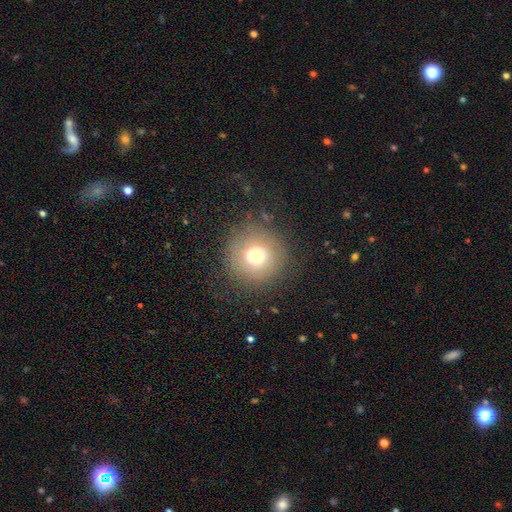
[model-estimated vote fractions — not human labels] The model was most divided on "smooth or featured": smooth: 71%, featured or disk: 16%, star or artifact: 14%. More confident: how rounded — round (95%); merging — none (80%).